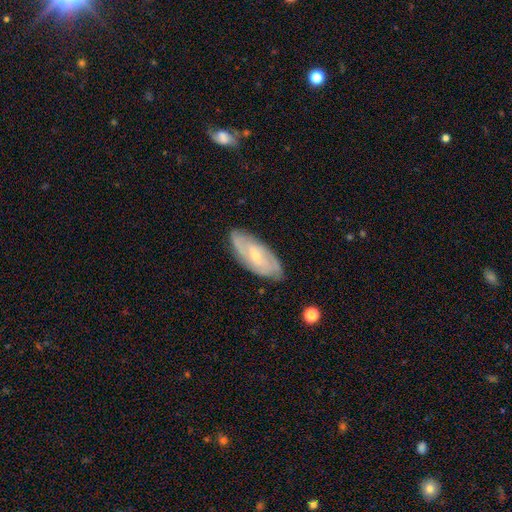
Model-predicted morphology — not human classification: Q: Smooth or featured?
A: featured or disk (71%); runner-up: smooth (23%)
Q: Edge-on disk?
A: no (88%); runner-up: yes (12%)
Q: Bar?
A: no (48%); runner-up: weak (40%)
Q: Spiral arms?
A: yes (87%); runner-up: no (13%)
Q: Spiral winding?
A: tight (53%); runner-up: medium (34%)
Q: Spiral arm count?
A: can't tell (39%); runner-up: 2 (35%)
Q: Bulge size?
A: small (69%); runner-up: moderate (28%)
Q: Merging?
A: none (80%); runner-up: minor disturbance (16%)